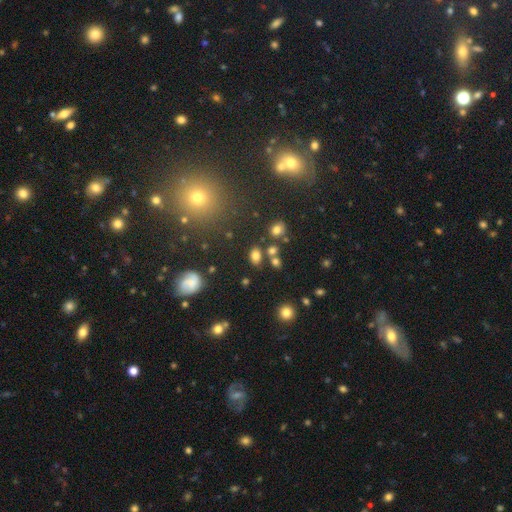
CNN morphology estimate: Smooth or featured? smooth (76%)
How rounded? in between (80%)
Merging? none (73%)